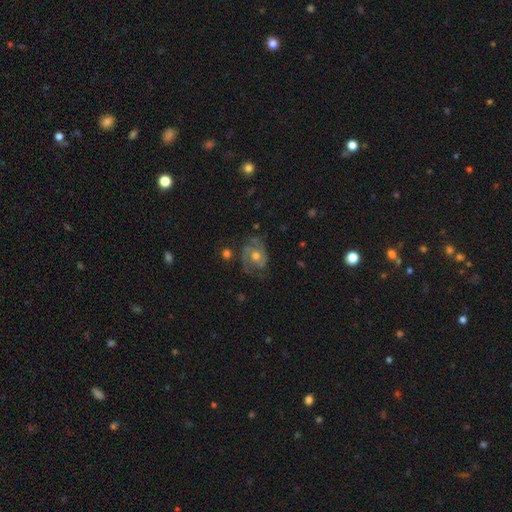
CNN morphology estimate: Smooth or featured? featured or disk (78%)
Edge-on disk? no (97%)
Bar? no (70%)
Spiral arms? yes (90%)
Spiral winding? medium (46%)
Spiral arm count? 2 (56%)
Bulge size? moderate (72%)
Merging? none (61%)